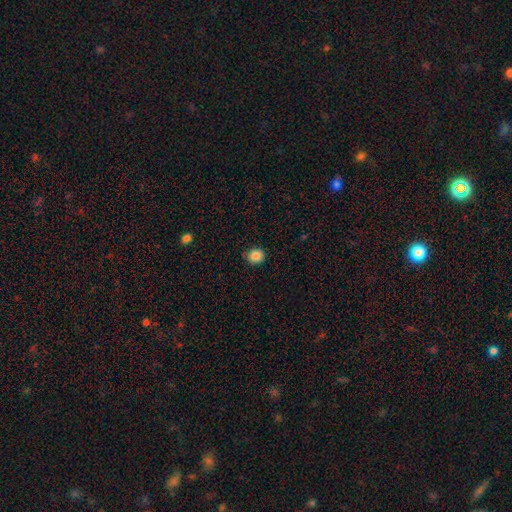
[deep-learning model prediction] Morphology: type=smooth (85%); roundness=round (83%); merging=none (83%).